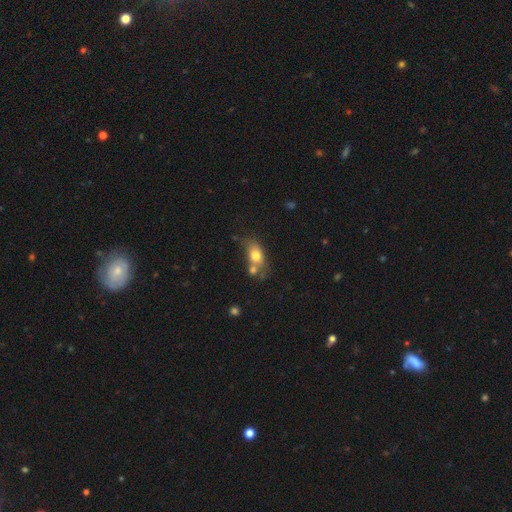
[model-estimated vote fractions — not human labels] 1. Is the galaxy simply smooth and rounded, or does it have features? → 74% smooth, 17% featured or disk, 9% star or artifact.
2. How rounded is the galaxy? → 77% in between, 19% round, 5% cigar-shaped.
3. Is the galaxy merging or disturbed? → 38% merger, 37% none, 17% minor disturbance, 8% major disturbance.